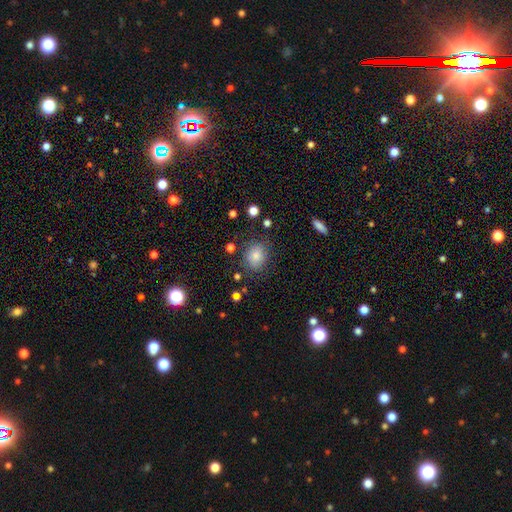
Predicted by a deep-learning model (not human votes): The model was most divided on "how rounded": round: 61%, in between: 38%, cigar-shaped: 1%. More confident: smooth or featured — smooth (82%); merging — none (76%).